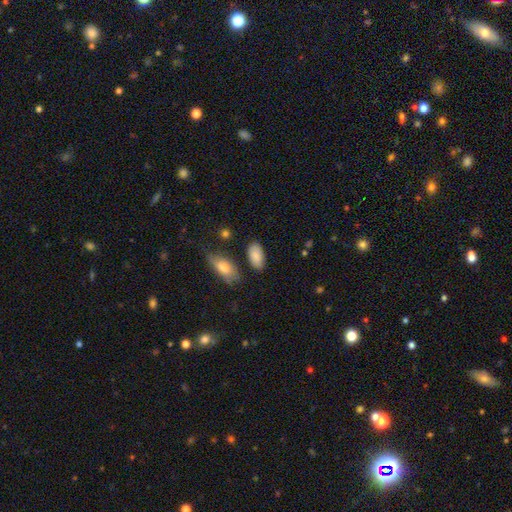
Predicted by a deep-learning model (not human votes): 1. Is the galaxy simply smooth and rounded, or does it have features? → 87% smooth, 7% featured or disk, 7% star or artifact.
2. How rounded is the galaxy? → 93% in between, 4% cigar-shaped, 3% round.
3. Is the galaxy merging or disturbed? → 79% none, 14% minor disturbance, 4% merger, 3% major disturbance.